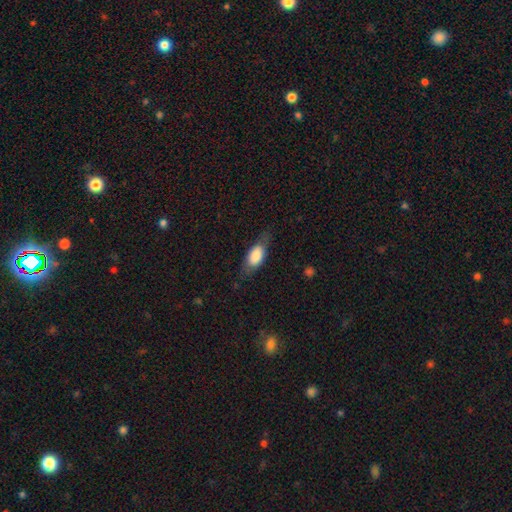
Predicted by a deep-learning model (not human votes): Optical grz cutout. It shows a smooth galaxy with no disk features (73%) that is in between round and cigar-shaped (79%). Merging: none (71%).